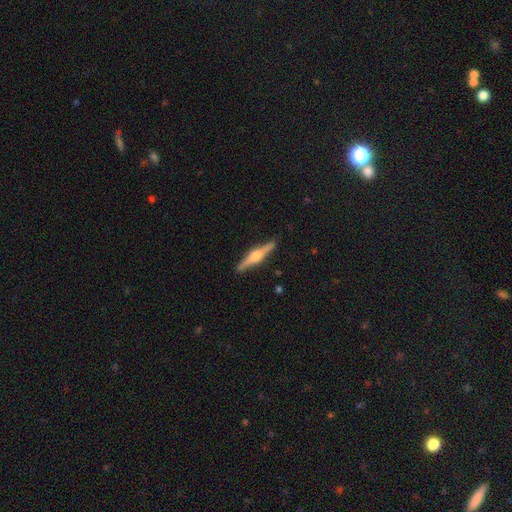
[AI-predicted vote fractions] The model was most divided on "smooth or featured": featured or disk: 79%, smooth: 16%, star or artifact: 5%. More confident: edge-on disk — yes (98%); merging — none (91%); edge-on bulge — rounded (90%).